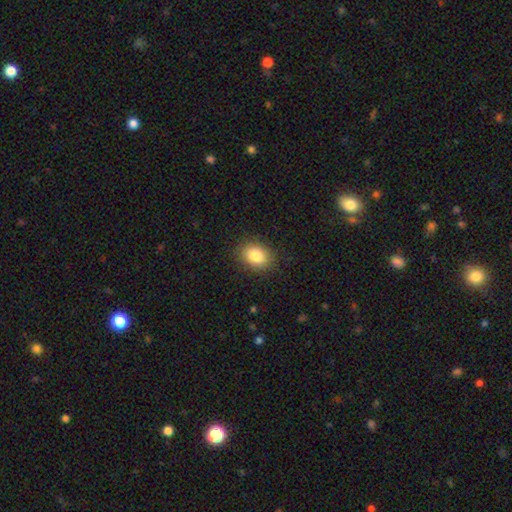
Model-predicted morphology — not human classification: Smooth or featured: smooth — 85% (star or artifact — 9%)
How rounded: in between — 68% (round — 31%)
Merging: none — 87% (minor disturbance — 10%)